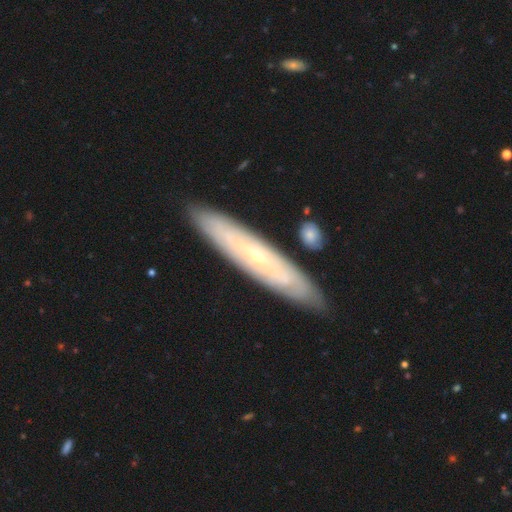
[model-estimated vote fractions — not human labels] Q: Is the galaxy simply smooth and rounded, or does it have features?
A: featured or disk — 71%.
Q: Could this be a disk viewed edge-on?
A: no — 55%.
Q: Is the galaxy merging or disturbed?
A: none — 86%.